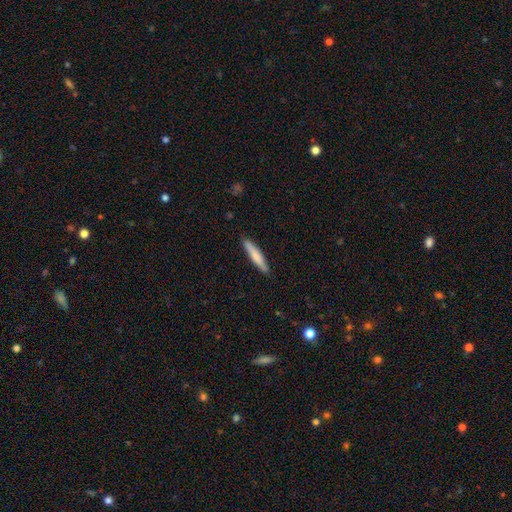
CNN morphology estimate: Smooth or featured? Predicted: smooth (p=0.70). How rounded? Predicted: cigar-shaped (p=0.92). Merging? Predicted: none (p=0.89).